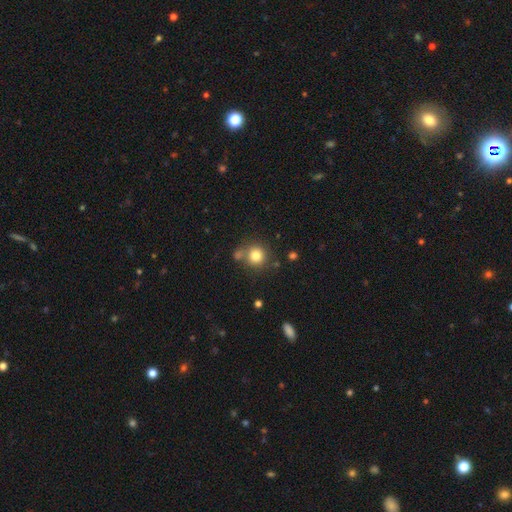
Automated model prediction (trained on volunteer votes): Q: Smooth or featured?
A: smooth (80%); runner-up: star or artifact (12%)
Q: How rounded?
A: round (91%); runner-up: in between (8%)
Q: Merging?
A: none (69%); runner-up: merger (16%)